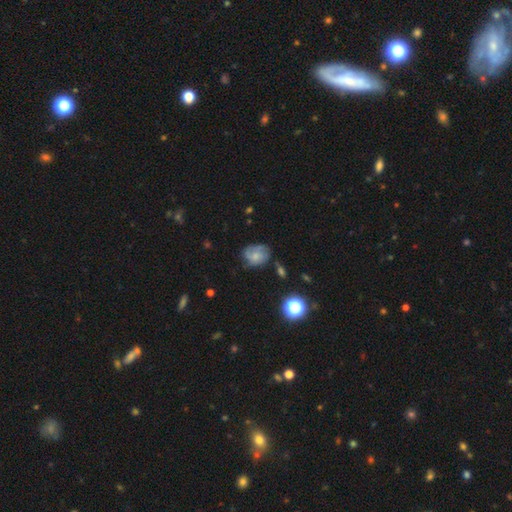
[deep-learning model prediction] smooth-or-featured: smooth: 47% | featured or disk: 42% | star or artifact: 11%
  merging: none: 56% | minor disturbance: 29% | major disturbance: 12% | merger: 3%